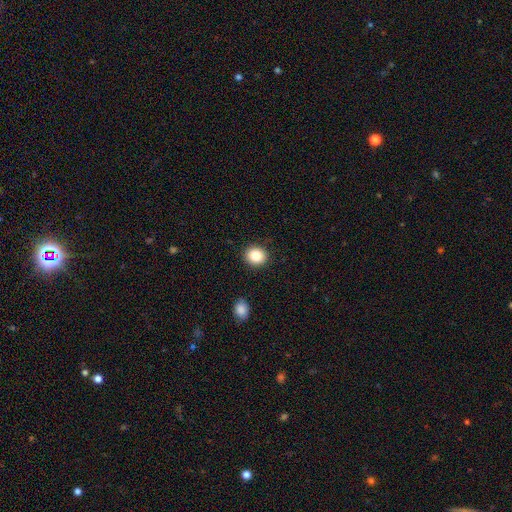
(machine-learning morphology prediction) Q: Smooth or featured?
A: smooth (85%); runner-up: star or artifact (9%)
Q: How rounded?
A: round (78%); runner-up: in between (21%)
Q: Merging?
A: none (90%); runner-up: minor disturbance (7%)